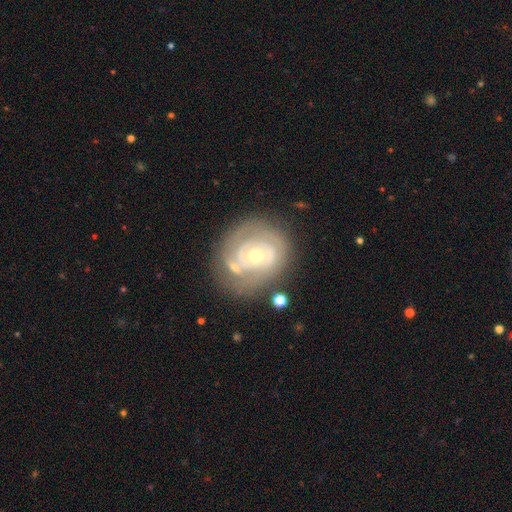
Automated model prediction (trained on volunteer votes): The model was most divided on "spiral arm count": can't tell: 37%, 2: 36%, 3: 13%, 1: 7%, 4: 4%, more than 4: 3%. Remaining: edge-on disk — no (97%); smooth or featured — featured or disk (78%); bar — no (73%); spiral arms — yes (73%); spiral winding — tight (70%); merging — none (67%); bulge size — moderate (50%).